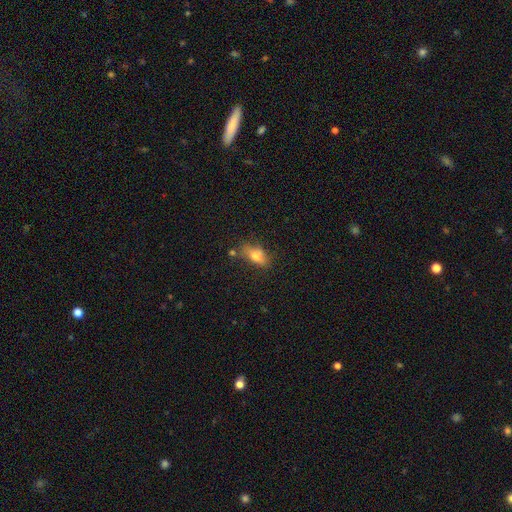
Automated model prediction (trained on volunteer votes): Q: Smooth or featured?
A: smooth (66%); runner-up: featured or disk (23%)
Q: How rounded?
A: in between (78%); runner-up: cigar-shaped (15%)
Q: Merging?
A: none (58%); runner-up: minor disturbance (23%)